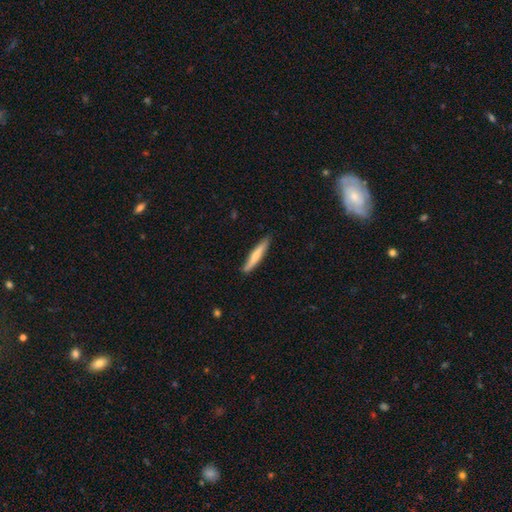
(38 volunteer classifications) Morphology: type=smooth (71%); roundness=cigar-shaped (93%); merging=none (89%).